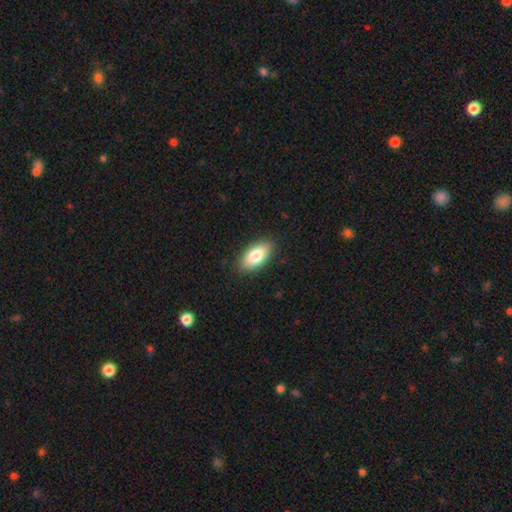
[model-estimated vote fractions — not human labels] smooth-or-featured: smooth: 82% | featured or disk: 12% | star or artifact: 6%
  how-rounded: in between: 91% | cigar-shaped: 6% | round: 3%
  merging: none: 88% | minor disturbance: 9% | major disturbance: 2% | merger: 1%